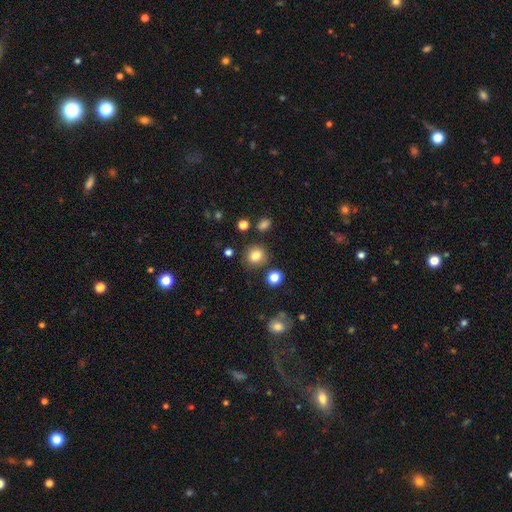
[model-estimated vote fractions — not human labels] Overall: smooth (82%). How rounded: round (87%). Merging: none (85%).